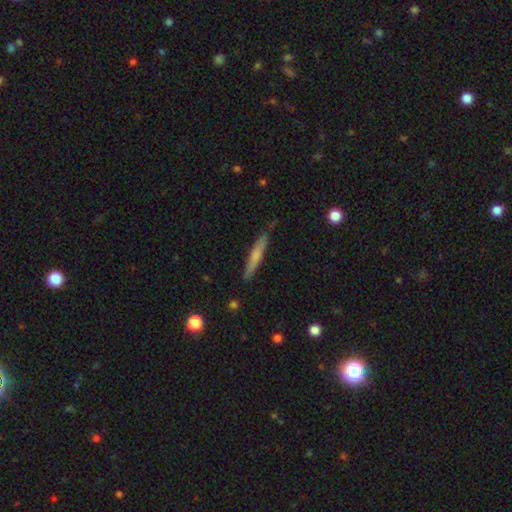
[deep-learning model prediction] This appears to be a smooth galaxy with no disk features (63%) that is cigar-shaped (94%). Merging: none (85%).